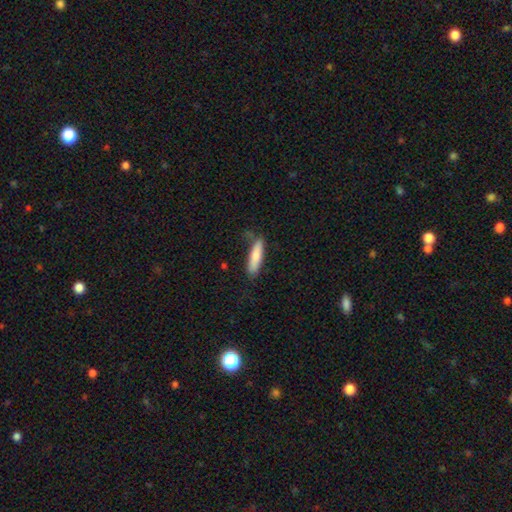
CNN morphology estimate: type=smooth (80%); roundness=cigar-shaped (73%); merging=none (73%).